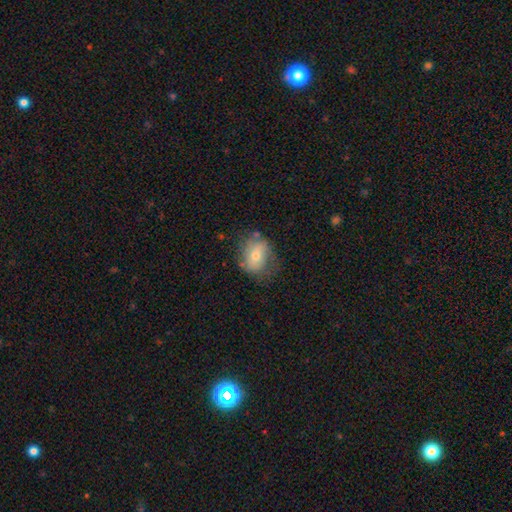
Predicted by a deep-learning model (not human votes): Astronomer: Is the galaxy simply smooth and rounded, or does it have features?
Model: smooth — 64%.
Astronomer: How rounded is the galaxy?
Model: in between — 57% (runner-up: round, 42%).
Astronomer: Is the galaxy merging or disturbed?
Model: none — 59%.